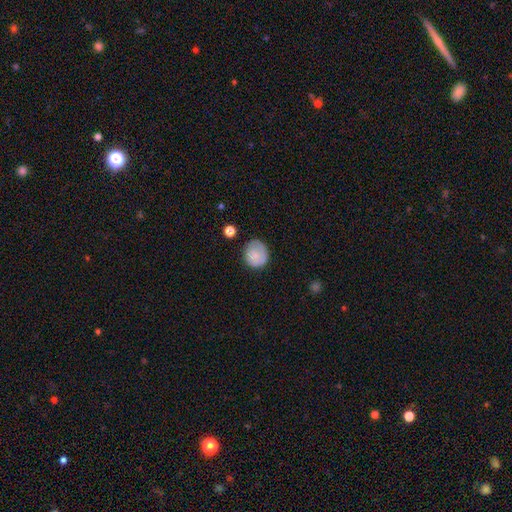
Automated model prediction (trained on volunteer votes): This appears to be a smooth galaxy with no disk features (75%) that is round (80%). Merging: none (70%).